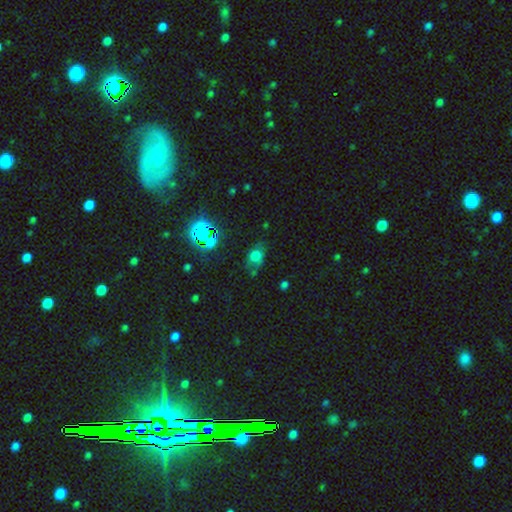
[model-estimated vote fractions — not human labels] This is possibly a smooth galaxy (59%). How rounded: possibly in between (56%). Merging: possibly none (55%).